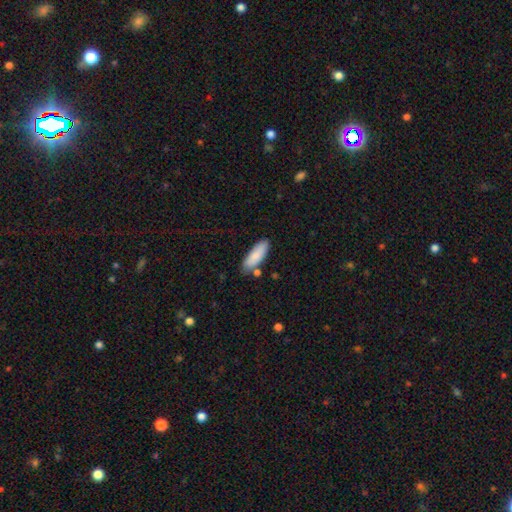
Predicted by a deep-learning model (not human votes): smooth 85%, featured or disk 9%, star or artifact 6%. Down the decision tree: how rounded — in between (61%); merging — none (76%).